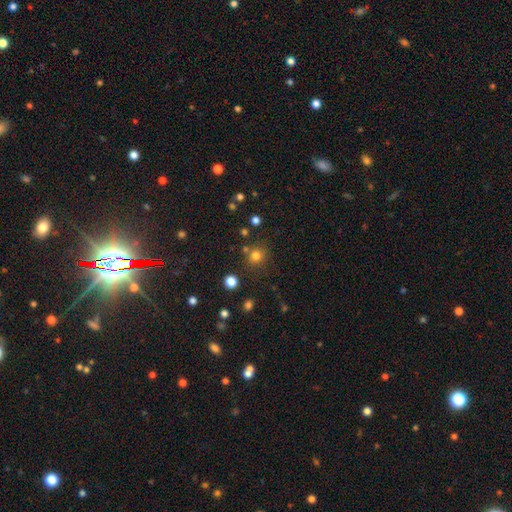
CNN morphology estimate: This appears to be a smooth galaxy with no disk features (77%) that is round (87%). Merging: none (76%).